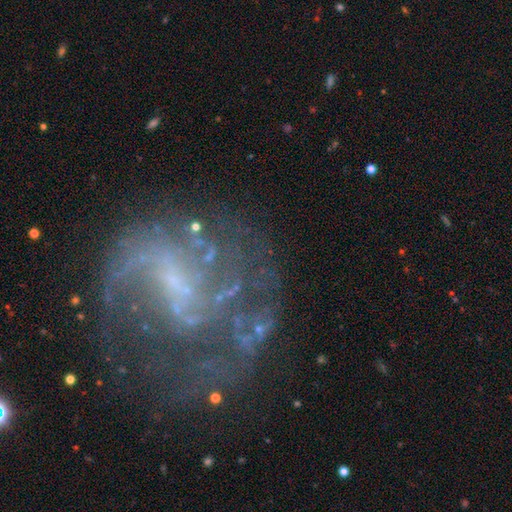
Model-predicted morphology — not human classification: featured or disk 79%, star or artifact 12%, smooth 9%. Down the decision tree: edge-on disk — no (98%); bar — weak (44%); spiral arms — yes (81%); spiral arm count — 2 (34%); spiral winding — loose (46%); bulge size — small (49%); merging — none (47%).